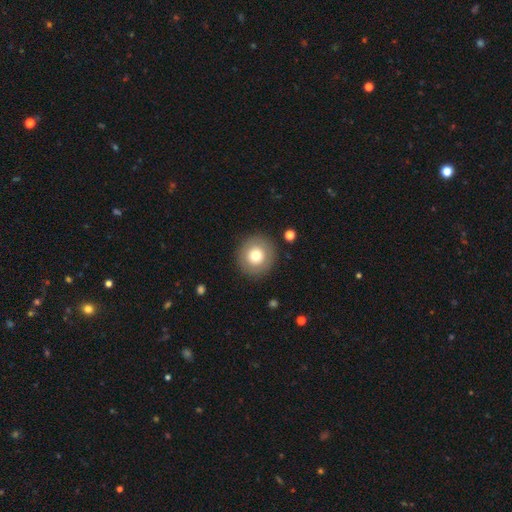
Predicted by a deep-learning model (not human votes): Overall: smooth (72%). How rounded: round (94%). Merging: none (89%).